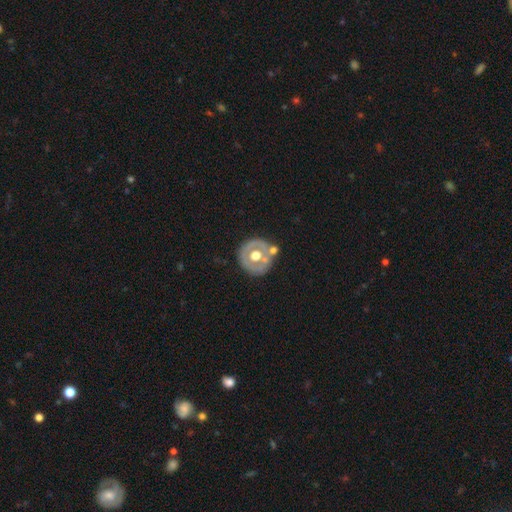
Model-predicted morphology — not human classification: Smooth or featured: featured or disk — 57% (smooth — 37%)
Edge-on disk: no — 95% (yes — 5%)
Bar: no — 87% (weak — 9%)
Spiral arms: no — 88% (yes — 12%)
Bulge size: moderate — 69% (large — 24%)
Merging: none — 66% (minor disturbance — 15%)